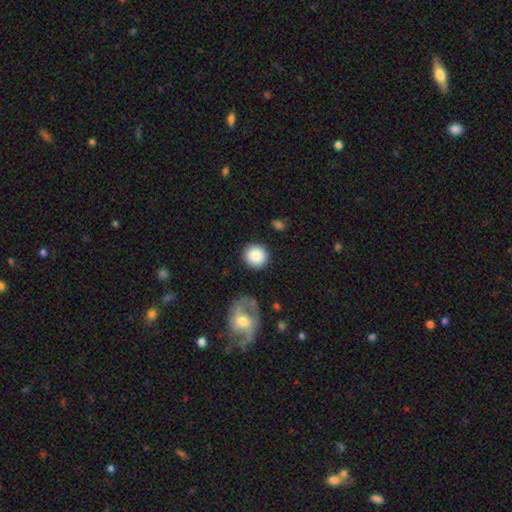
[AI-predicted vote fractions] smooth-or-featured: smooth: 85% | star or artifact: 8% | featured or disk: 7%
  how-rounded: round: 92% | in between: 7% | cigar-shaped: 1%
  merging: none: 86% | minor disturbance: 8% | major disturbance: 3% | merger: 3%